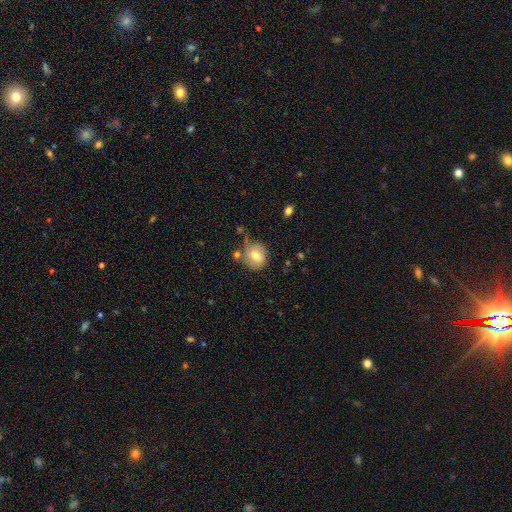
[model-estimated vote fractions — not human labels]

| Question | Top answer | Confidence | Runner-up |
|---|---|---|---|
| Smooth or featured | smooth | 67% | featured or disk (24%) |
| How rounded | round | 84% | in between (15%) |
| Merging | none | 58% | minor disturbance (24%) |